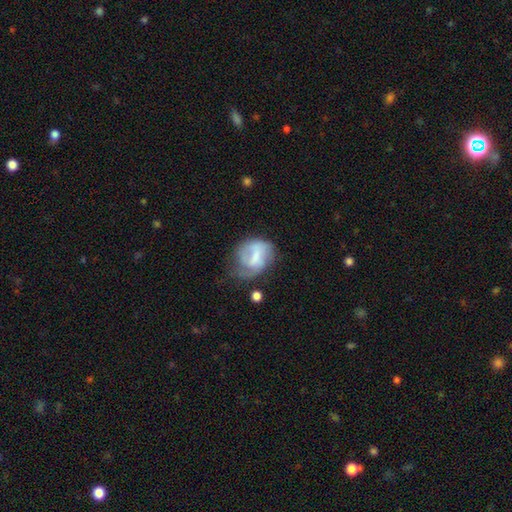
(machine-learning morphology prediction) The model was most divided on "smooth or featured": featured or disk: 46%, smooth: 45%, star or artifact: 8%. Remaining: merging — none (34%).